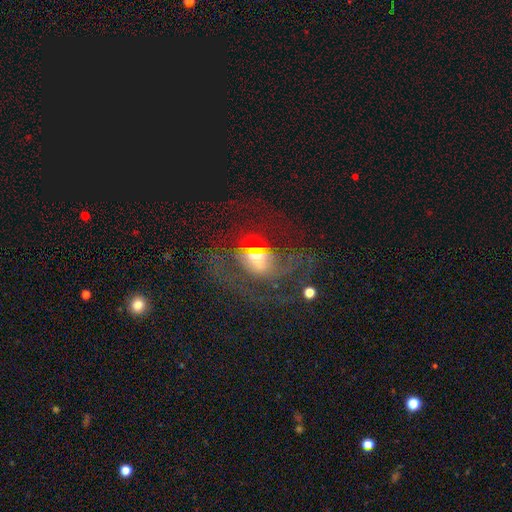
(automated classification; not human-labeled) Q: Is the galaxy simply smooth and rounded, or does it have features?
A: featured or disk — 50%.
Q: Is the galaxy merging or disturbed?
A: none — 50%.